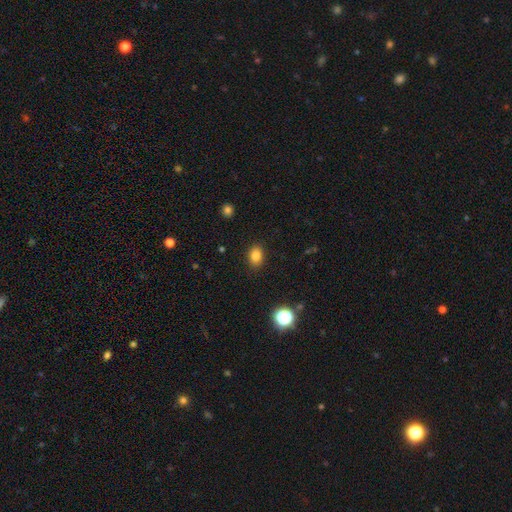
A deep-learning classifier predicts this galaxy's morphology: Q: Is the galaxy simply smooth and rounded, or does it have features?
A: smooth — 83%.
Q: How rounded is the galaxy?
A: in between — 71%.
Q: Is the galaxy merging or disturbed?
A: none — 88%.